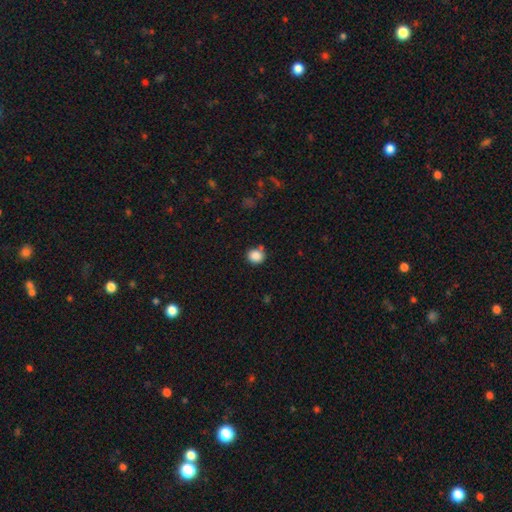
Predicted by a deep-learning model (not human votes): Smooth or featured? smooth (86%)
How rounded? round (78%)
Merging? none (72%)